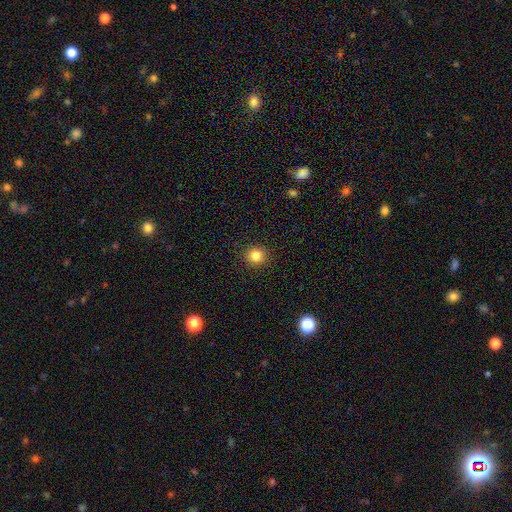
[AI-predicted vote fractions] This appears to be a smooth galaxy with no disk features (83%) that is round (92%). Merging: none (92%).